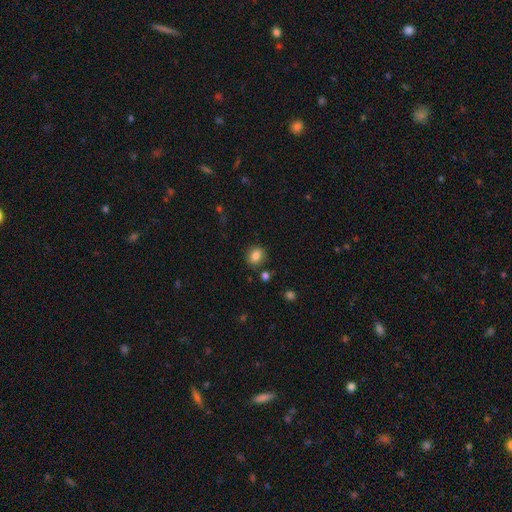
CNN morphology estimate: This appears to be a smooth galaxy with no disk features (83%) that is round (64%). Merging: none (83%).